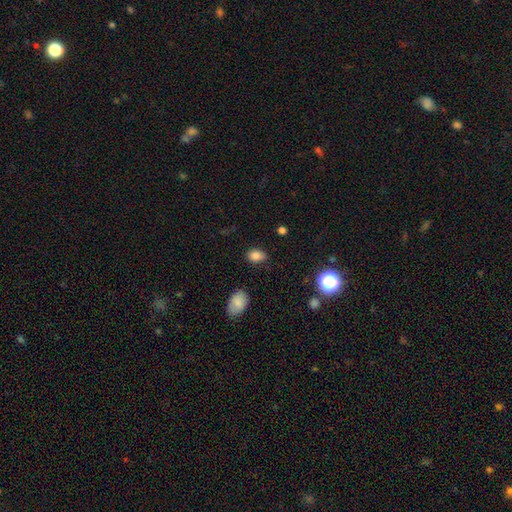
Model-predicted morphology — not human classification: Smooth or featured? smooth (84%)
How rounded? in between (77%)
Merging? none (78%)